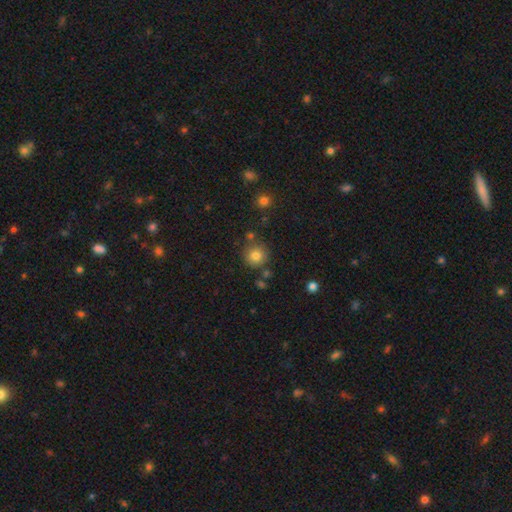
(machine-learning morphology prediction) Smooth or featured? Predicted: smooth (p=0.79). How rounded? Predicted: round (p=0.93). Merging? Predicted: none (p=0.80).